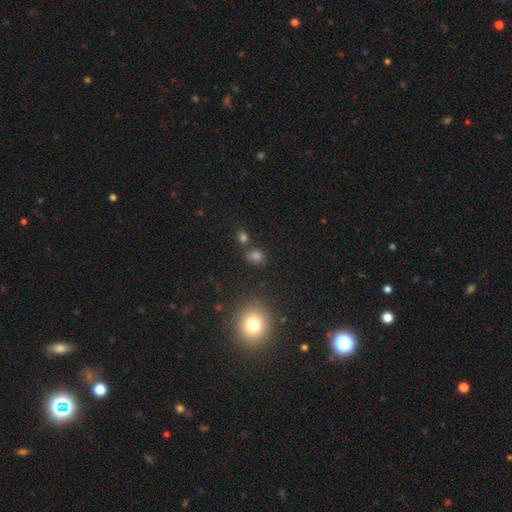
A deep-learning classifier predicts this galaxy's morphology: A smooth galaxy with no disk features (68%) that is round (56%).

Vote fractions:
- Smooth or featured? smooth: 68% / star or artifact: 24% / featured or disk: 7%
- How rounded? round: 56% / in between: 42% / cigar-shaped: 2%
- Merging? none: 77% / minor disturbance: 10% / merger: 9% / major disturbance: 4%